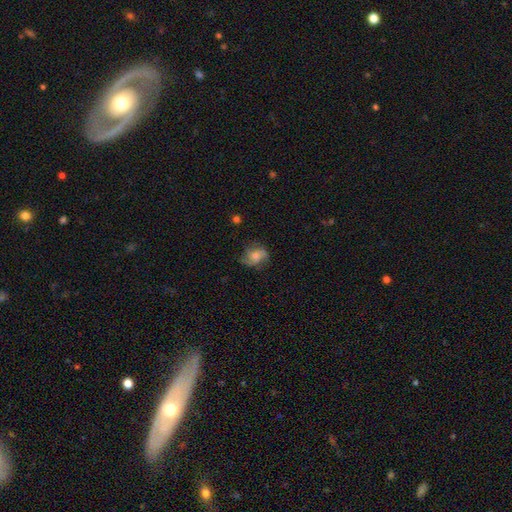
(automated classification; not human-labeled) The model was most divided on "bulge size": moderate: 45%, small: 41%, none: 7%, large: 6%, dominant: 1%. More confident: edge-on disk — no (97%); spiral arms — yes (88%); bar — no (70%); merging — none (66%); smooth or featured — featured or disk (56%).